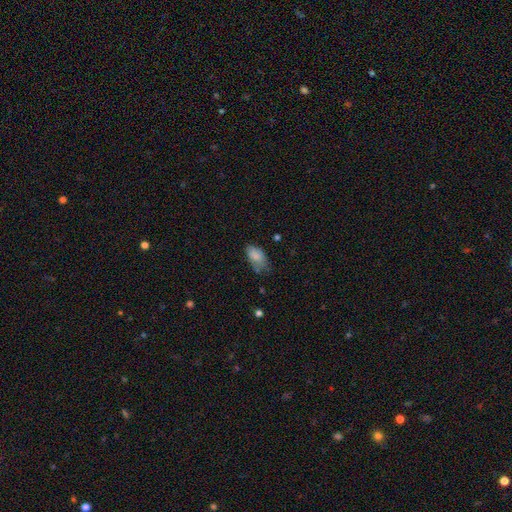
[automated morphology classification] This is clearly a smooth galaxy (83%). How rounded: clearly in between (93%). Merging: possibly none (50%).